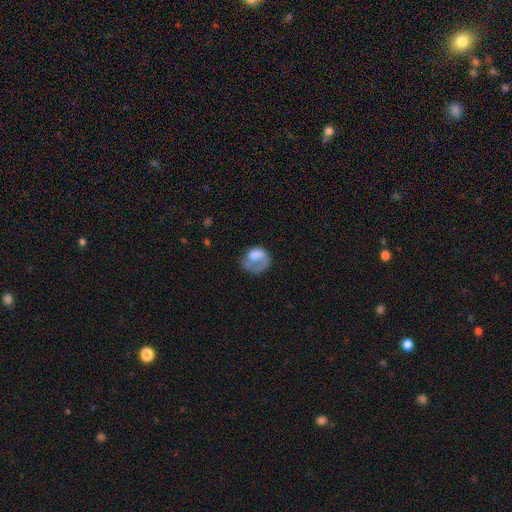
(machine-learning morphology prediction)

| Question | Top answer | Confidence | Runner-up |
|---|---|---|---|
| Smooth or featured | smooth | 53% | featured or disk (40%) |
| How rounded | round | 59% | in between (40%) |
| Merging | major disturbance | 42% | none (34%) |